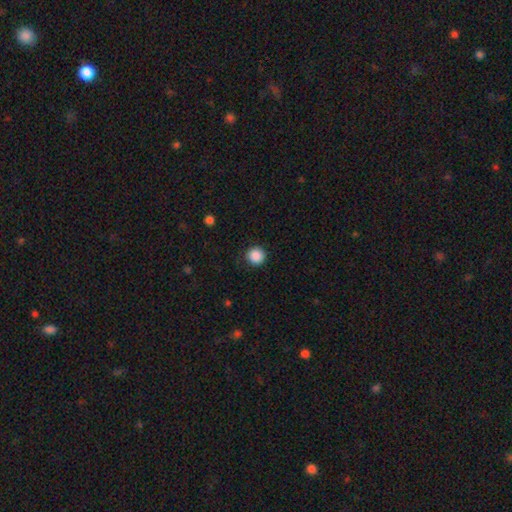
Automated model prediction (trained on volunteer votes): A smooth galaxy with no disk features (88%) that is round (95%). Merging: none (89%).